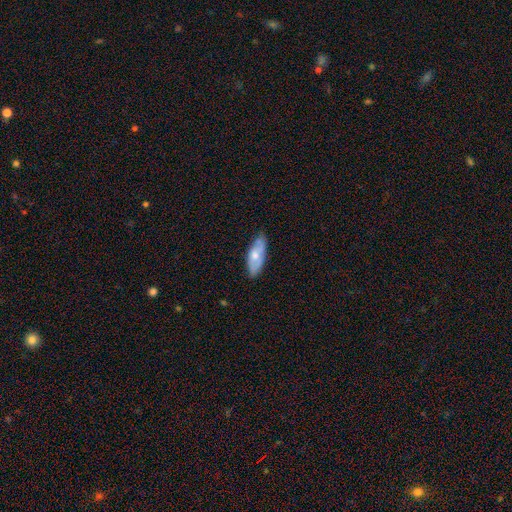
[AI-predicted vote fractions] Overall: smooth (59%; featured or disk 35%). How rounded: in between (77%). Merging: none (69%).